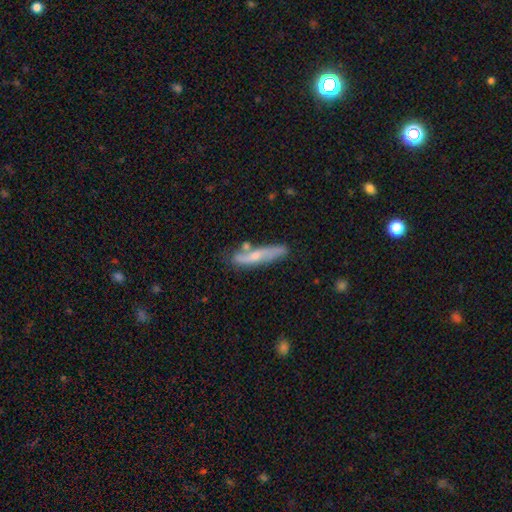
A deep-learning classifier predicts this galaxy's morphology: Smooth or featured?
  - featured or disk: 50% *
  - smooth: 44%
  - star or artifact: 6%
Edge-on disk?
  - yes: 56% *
  - no: 44%
Merging?
  - none: 62% *
  - minor disturbance: 21%
  - merger: 11%
  - major disturbance: 5%